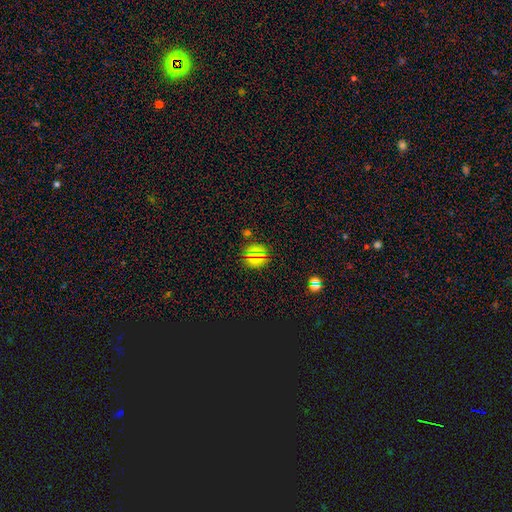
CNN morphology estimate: Smooth or featured?
  - smooth: 57% *
  - star or artifact: 35%
  - featured or disk: 8%
How rounded?
  - round: 72% *
  - in between: 25%
  - cigar-shaped: 3%
Merging?
  - none: 83% *
  - minor disturbance: 10%
  - major disturbance: 4%
  - merger: 3%